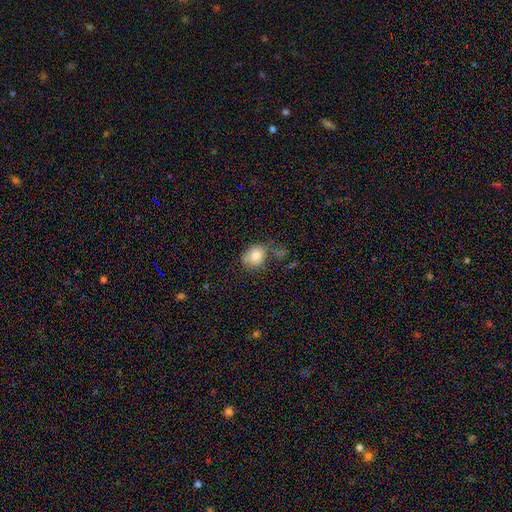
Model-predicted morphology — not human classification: type=smooth (83%); roundness=in between (50%); merging=none (56%).